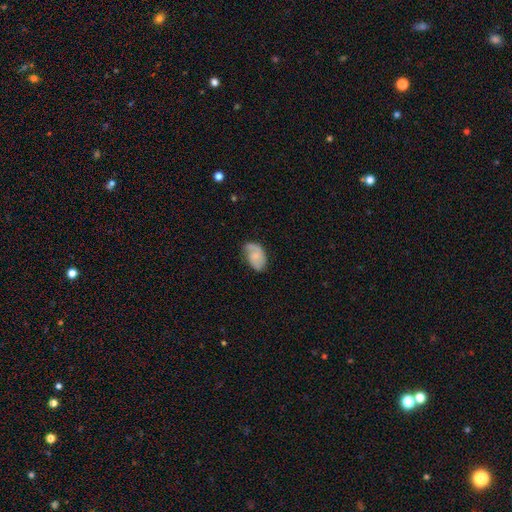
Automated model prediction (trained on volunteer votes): This is possibly a smooth galaxy (48%). Merging: possibly none (56%).